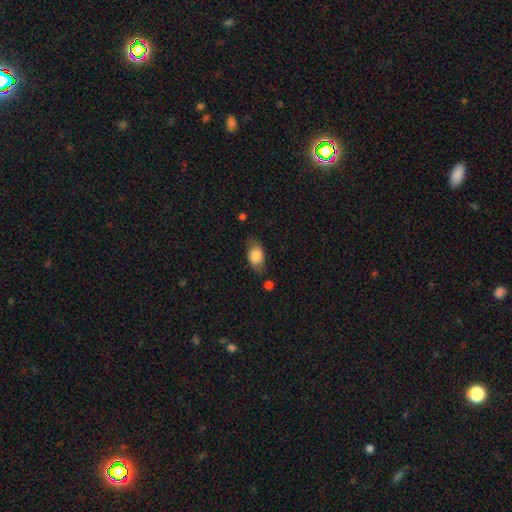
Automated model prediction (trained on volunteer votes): The model was most divided on "merging": none: 67%, minor disturbance: 22%, major disturbance: 7%, merger: 5%. More confident: how rounded — in between (86%); smooth or featured — smooth (80%).